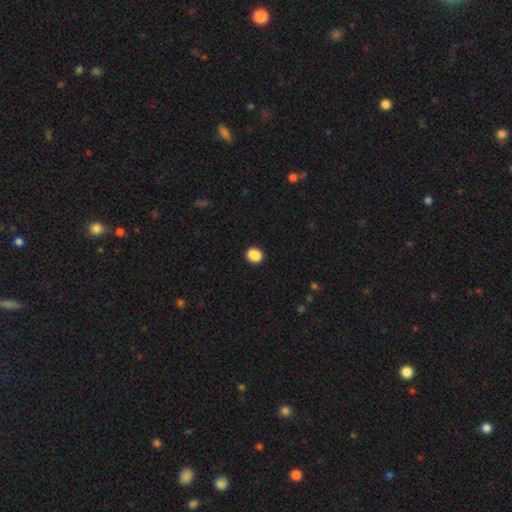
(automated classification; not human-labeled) A smooth galaxy with no disk features (87%) that is in between round and cigar-shaped (53%). Merging: none (88%).